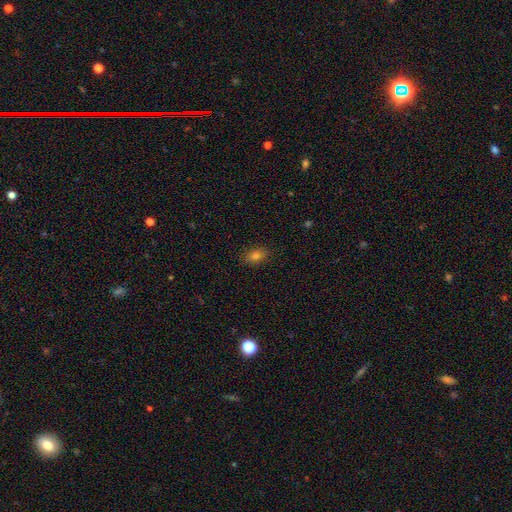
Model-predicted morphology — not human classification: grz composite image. It shows a smooth galaxy with no disk features (76%) that is in between round and cigar-shaped (77%). Merging: none (87%).